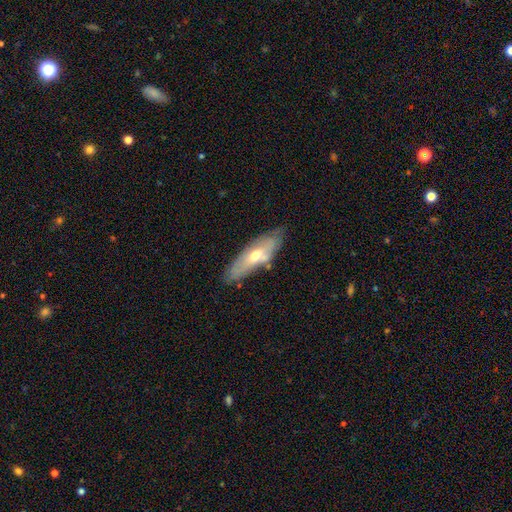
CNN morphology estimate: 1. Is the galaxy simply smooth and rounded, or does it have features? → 50% featured or disk, 44% smooth, 6% star or artifact.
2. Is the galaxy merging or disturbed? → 69% none, 20% minor disturbance, 5% merger, 5% major disturbance.